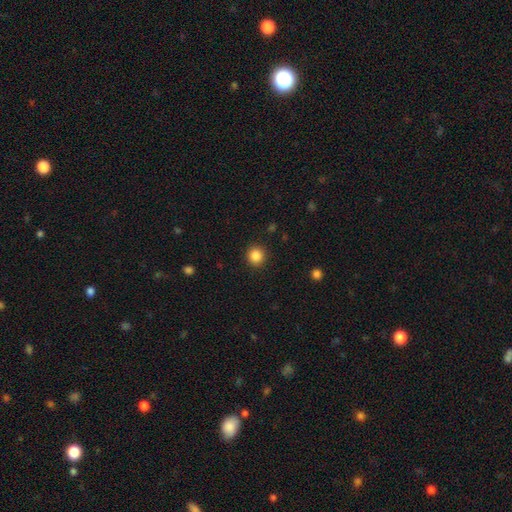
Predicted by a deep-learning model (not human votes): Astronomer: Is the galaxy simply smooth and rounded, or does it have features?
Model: smooth — 86%.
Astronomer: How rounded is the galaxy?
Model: round — 94%.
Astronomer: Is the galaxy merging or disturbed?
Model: none — 92%.